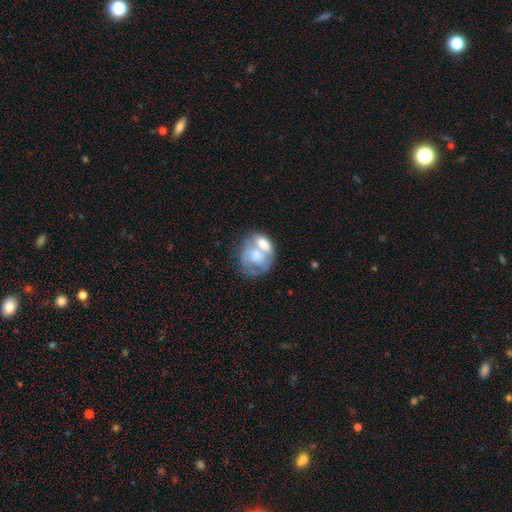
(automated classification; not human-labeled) This is possibly a smooth galaxy (54%). How rounded: possibly round (54%). Merging: possibly merger (54%).